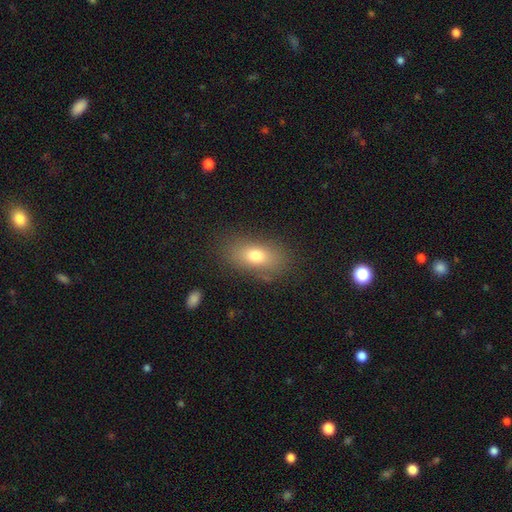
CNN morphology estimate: This appears to be a smooth galaxy with no disk features (74%) that is in between round and cigar-shaped (84%). Merging: none (77%).